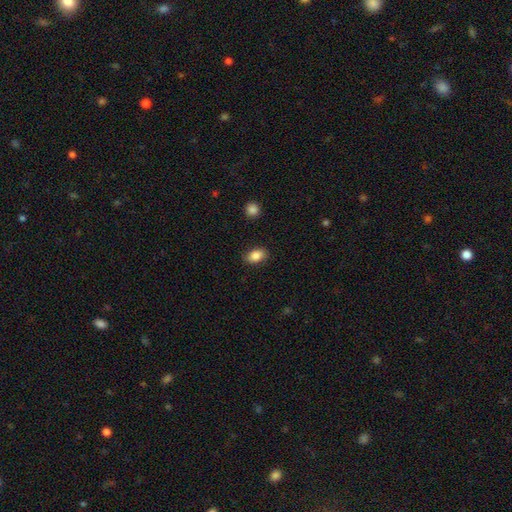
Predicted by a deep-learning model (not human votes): Smooth or featured?
  - smooth: 86% *
  - star or artifact: 8%
  - featured or disk: 6%
How rounded?
  - in between: 86% *
  - round: 13%
  - cigar-shaped: 2%
Merging?
  - none: 85% *
  - minor disturbance: 11%
  - major disturbance: 3%
  - merger: 1%